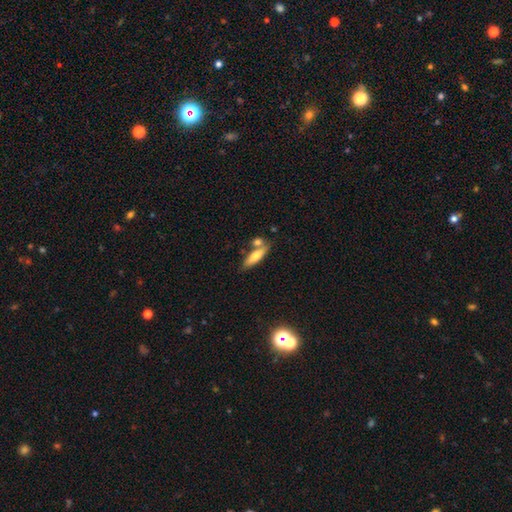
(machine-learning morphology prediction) smooth-or-featured: smooth: 70% | featured or disk: 24% | star or artifact: 7%
  how-rounded: cigar-shaped: 58% | in between: 40% | round: 2%
  merging: none: 62% | merger: 22% | minor disturbance: 13% | major disturbance: 4%